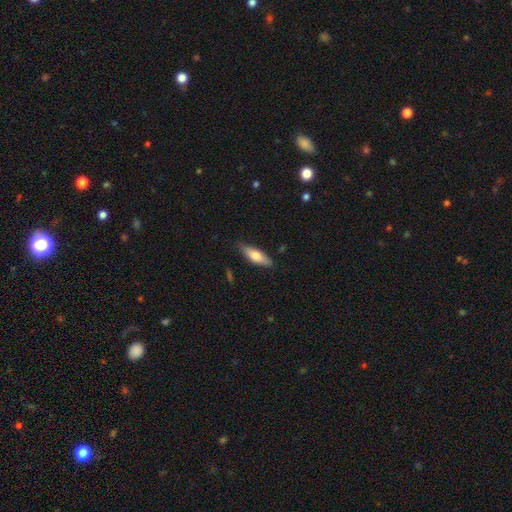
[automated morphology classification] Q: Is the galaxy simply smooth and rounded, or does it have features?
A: smooth — 63%.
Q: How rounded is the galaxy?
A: cigar-shaped — 51%.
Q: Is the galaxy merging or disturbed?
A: none — 82%.